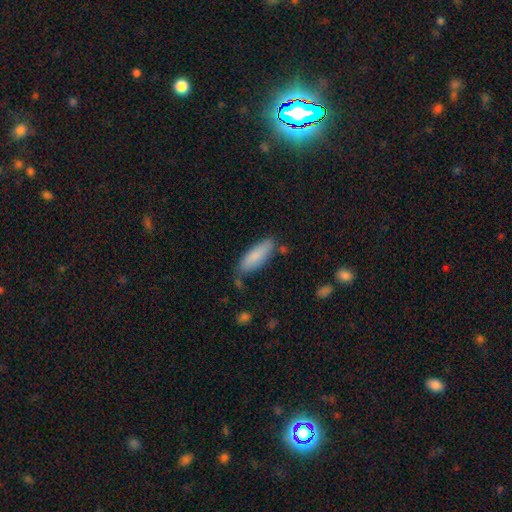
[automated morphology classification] Smooth or featured? smooth (85%)
How rounded? in between (58%)
Merging? none (72%)